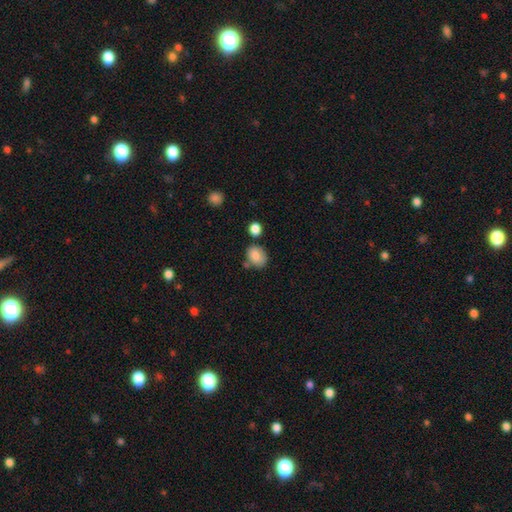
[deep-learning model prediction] The model was most divided on "how rounded": in between: 56%, round: 43%, cigar-shaped: 1%. More confident: smooth or featured — smooth (83%); merging — none (64%).